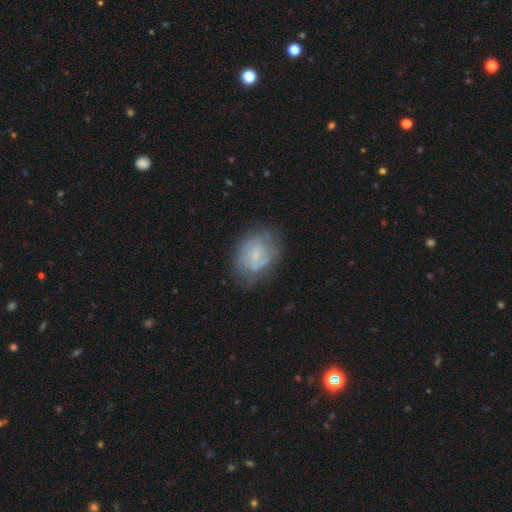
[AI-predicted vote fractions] A featured or disk galaxy (55%) with a weak bar (48%), spiral arms (68%) and a small central bulge (58%). Merging: none (59%).